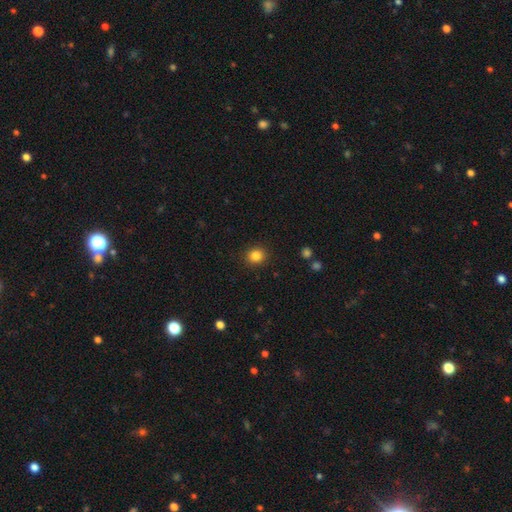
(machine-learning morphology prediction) smooth-or-featured: smooth: 84% | star or artifact: 11% | featured or disk: 5%
  how-rounded: round: 82% | in between: 17% | cigar-shaped: 1%
  merging: none: 90% | minor disturbance: 6% | major disturbance: 2% | merger: 1%